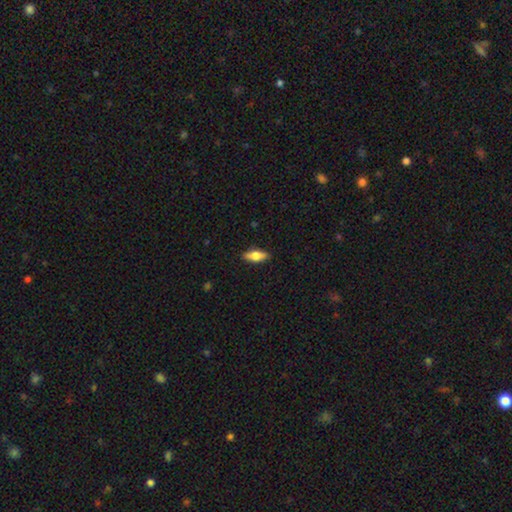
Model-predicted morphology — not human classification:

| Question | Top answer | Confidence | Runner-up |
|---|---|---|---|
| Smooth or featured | smooth | 68% | featured or disk (26%) |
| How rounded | in between | 75% | cigar-shaped (23%) |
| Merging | none | 88% | minor disturbance (9%) |